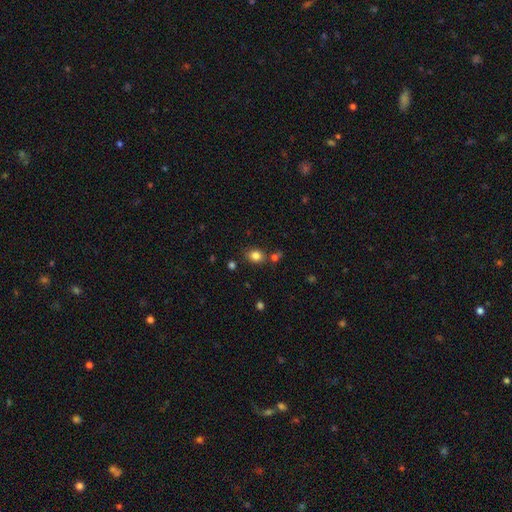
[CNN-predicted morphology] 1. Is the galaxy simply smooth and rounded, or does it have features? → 82% smooth, 12% star or artifact, 6% featured or disk.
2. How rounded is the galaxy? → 52% round, 47% in between, 1% cigar-shaped.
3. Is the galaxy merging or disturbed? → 77% none, 11% minor disturbance, 8% merger, 3% major disturbance.